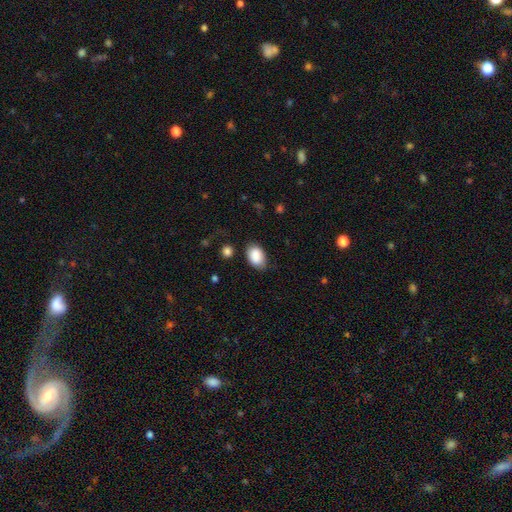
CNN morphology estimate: Smooth or featured?
  - smooth: 89% *
  - star or artifact: 7%
  - featured or disk: 5%
How rounded?
  - in between: 89% *
  - round: 10%
  - cigar-shaped: 1%
Merging?
  - none: 76% *
  - minor disturbance: 18%
  - major disturbance: 4%
  - merger: 2%